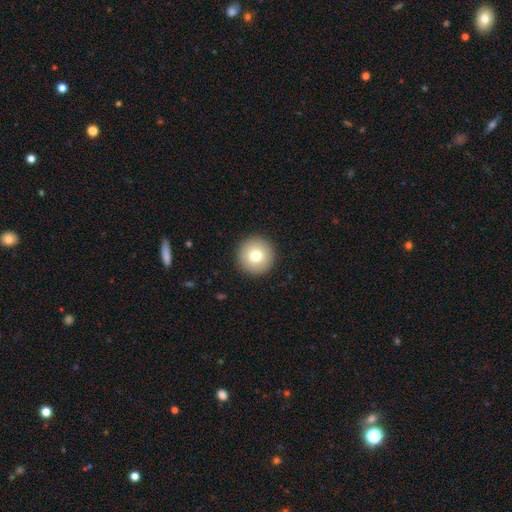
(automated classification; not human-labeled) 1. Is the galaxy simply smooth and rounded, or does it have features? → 77% smooth, 14% featured or disk, 9% star or artifact.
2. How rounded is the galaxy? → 97% round, 2% in between, 1% cigar-shaped.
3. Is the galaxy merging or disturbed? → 93% none, 5% minor disturbance, 2% major disturbance, 1% merger.